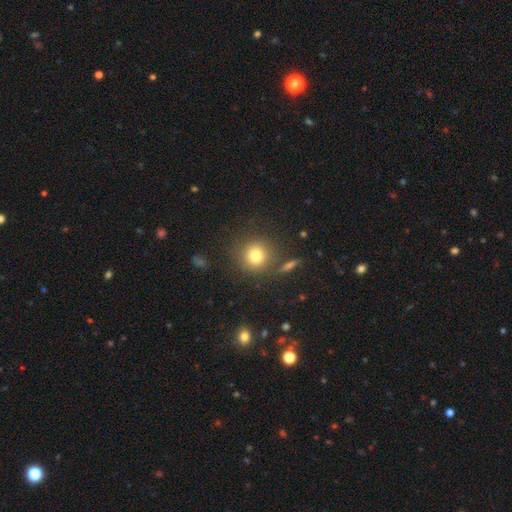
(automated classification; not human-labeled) smooth_or_featured: smooth (p=0.78) [alt: star or artifact p=0.13]
how_rounded: round (p=0.92) [alt: in between p=0.07]
merging: none (p=0.81) [alt: minor disturbance p=0.09]